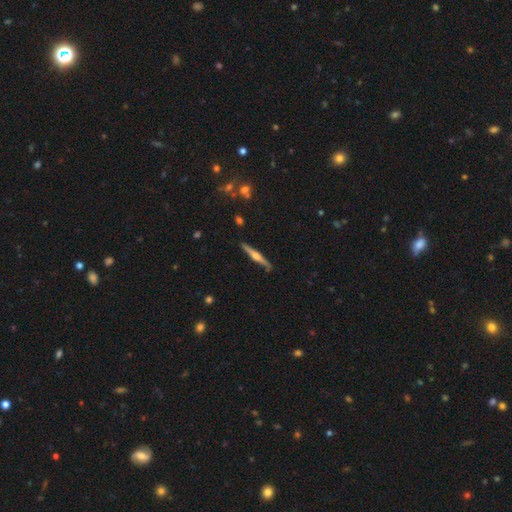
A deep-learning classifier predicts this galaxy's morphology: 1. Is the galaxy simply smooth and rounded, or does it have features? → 71% featured or disk, 24% smooth, 5% star or artifact.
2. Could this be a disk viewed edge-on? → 98% yes, 2% no.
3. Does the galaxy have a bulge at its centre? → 84% rounded, 9% boxy, 7% none.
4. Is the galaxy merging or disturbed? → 88% none, 8% minor disturbance, 2% merger, 2% major disturbance.